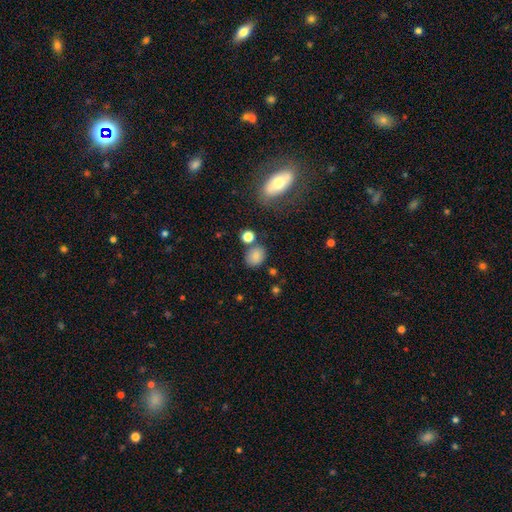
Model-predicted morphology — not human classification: This is clearly a smooth galaxy (82%). How rounded: possibly round (59%). Merging: likely none (71%).